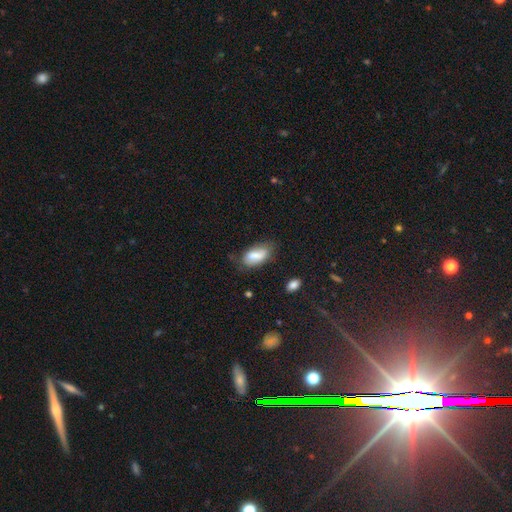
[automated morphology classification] Smooth or featured? Predicted: smooth (p=0.74). How rounded? Predicted: in between (p=0.87). Merging? Predicted: none (p=0.55).